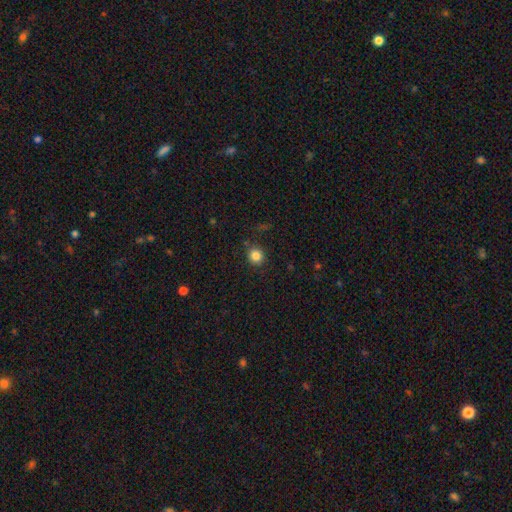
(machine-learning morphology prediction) Q: Smooth or featured?
A: smooth (84%); runner-up: star or artifact (11%)
Q: How rounded?
A: round (88%); runner-up: in between (11%)
Q: Merging?
A: none (85%); runner-up: minor disturbance (10%)